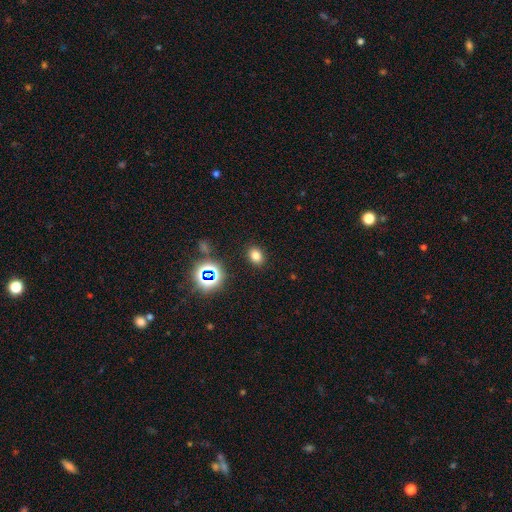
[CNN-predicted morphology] Overall: smooth (74%). How rounded: in between (57%; round 41%). Merging: none (88%).